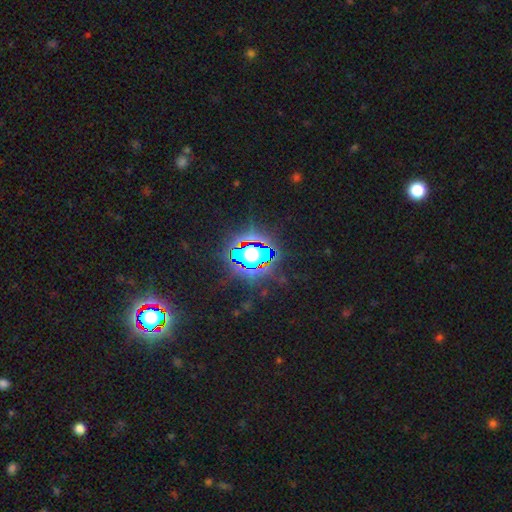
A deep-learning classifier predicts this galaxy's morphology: type=star or artifact (69%).